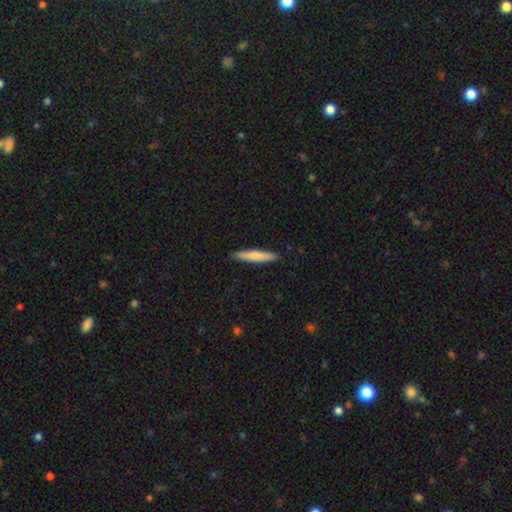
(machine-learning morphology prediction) smooth-or-featured: smooth: 76% | featured or disk: 19% | star or artifact: 5%
  how-rounded: cigar-shaped: 92% | in between: 7% | round: 1%
  merging: none: 89% | minor disturbance: 8% | major disturbance: 1% | merger: 1%